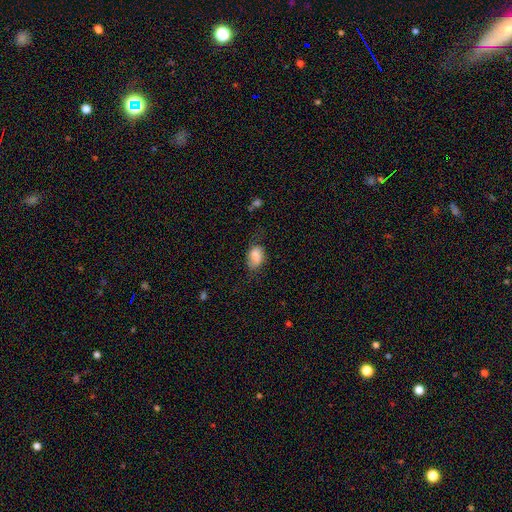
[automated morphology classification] type=smooth (79%); roundness=in between (85%); merging=none (48%).